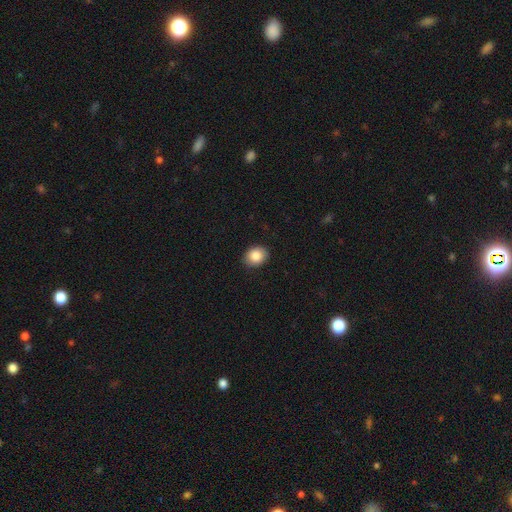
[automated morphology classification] A smooth galaxy with no disk features (86%) that is round (50%).

Vote fractions:
- Smooth or featured? smooth: 86% / star or artifact: 8% / featured or disk: 6%
- How rounded? round: 50% / in between: 49% / cigar-shaped: 1%
- Merging? none: 88% / minor disturbance: 9% / major disturbance: 2% / merger: 1%